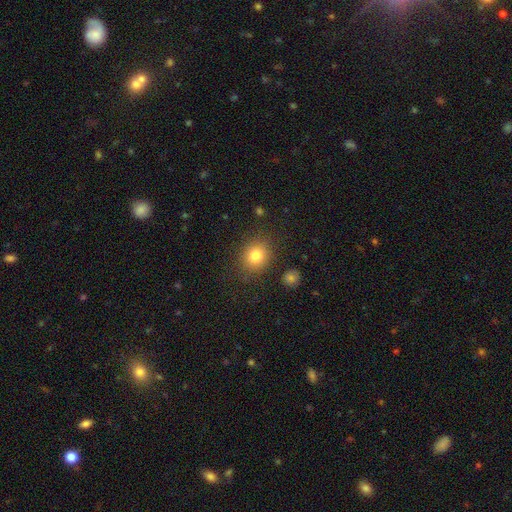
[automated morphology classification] Smooth or featured? Predicted: smooth (p=0.81). How rounded? Predicted: round (p=0.67). Merging? Predicted: none (p=0.84).